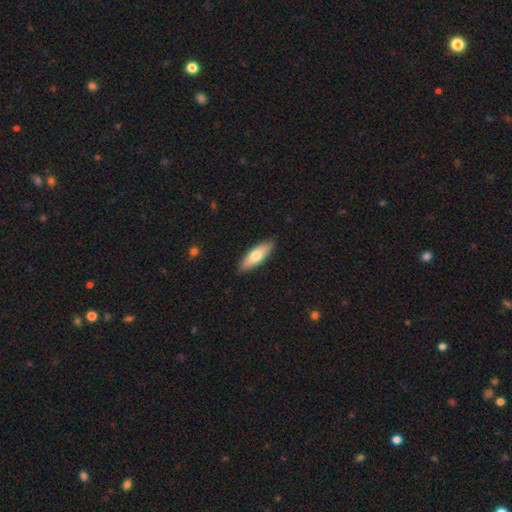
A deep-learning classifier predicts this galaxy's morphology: Smooth or featured? Predicted: smooth (p=0.70). How rounded? Predicted: in between (p=0.55). Merging? Predicted: none (p=0.89).